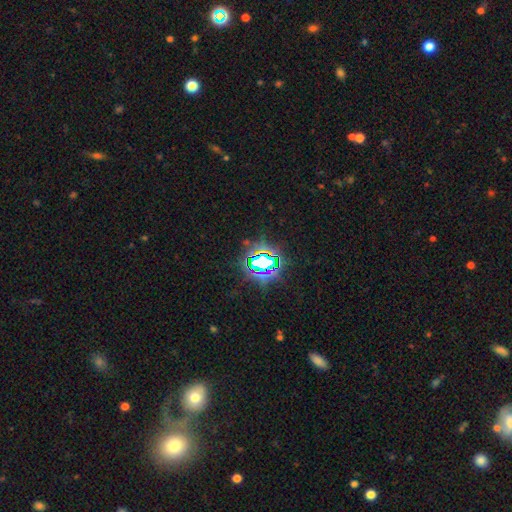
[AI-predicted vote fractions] A star or artifact, not a galaxy (77%).

Vote fractions:
- Smooth or featured? star or artifact: 77% / smooth: 14% / featured or disk: 9%